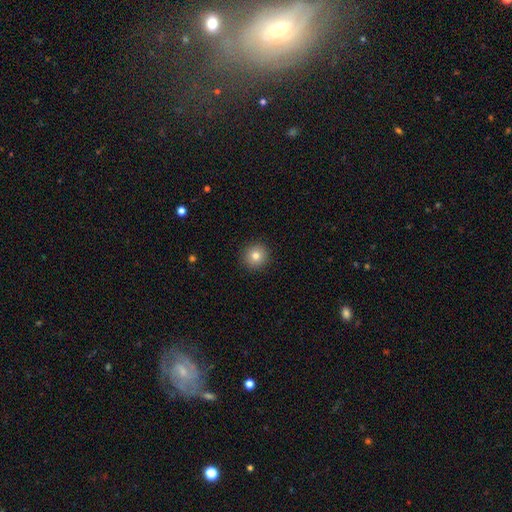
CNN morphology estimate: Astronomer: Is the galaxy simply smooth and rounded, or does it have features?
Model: smooth — 81%.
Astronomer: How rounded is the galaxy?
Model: round — 93%.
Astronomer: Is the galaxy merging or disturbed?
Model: none — 92%.